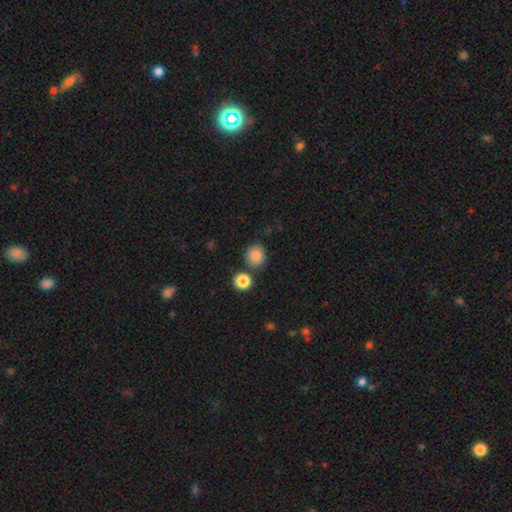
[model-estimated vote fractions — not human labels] smooth 86%, star or artifact 10%, featured or disk 4%. Down the decision tree: how rounded — round (85%); merging — none (80%).